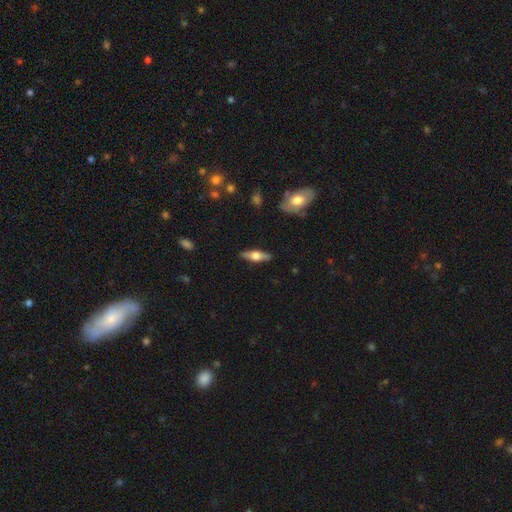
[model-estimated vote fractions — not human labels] This appears to be a featured or disk galaxy (53%) viewed edge-on (92%). Merging: none (88%).